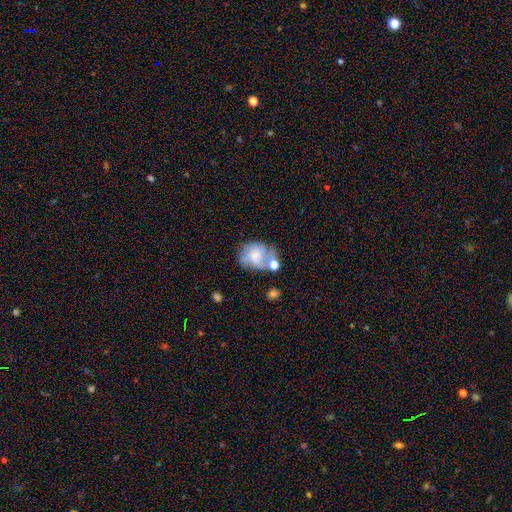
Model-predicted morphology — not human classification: The model was most divided on "smooth or featured": smooth: 50%, featured or disk: 41%, star or artifact: 9%. Remaining: merging — none (36%).